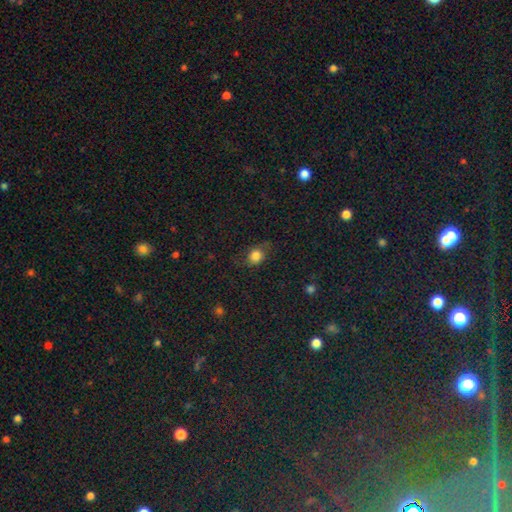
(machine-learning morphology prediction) Smooth or featured? smooth (79%)
How rounded? round (64%)
Merging? none (69%)